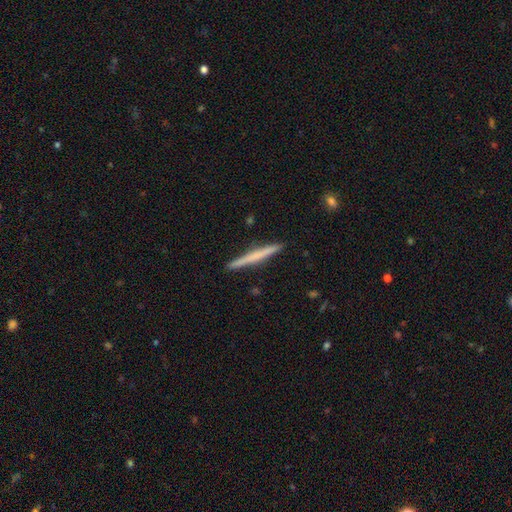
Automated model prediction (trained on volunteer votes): Smooth or featured? smooth (48%)
Merging? none (92%)